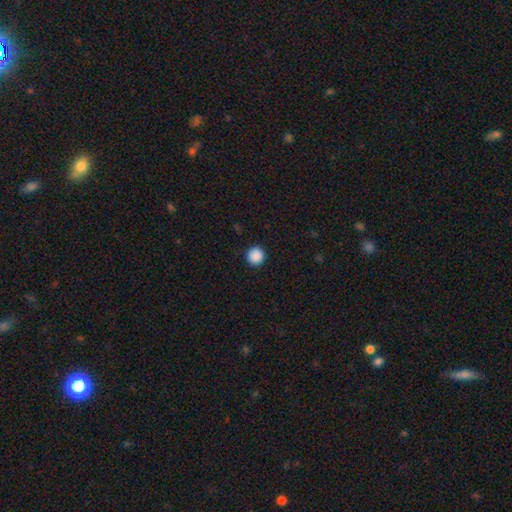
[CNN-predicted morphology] This appears to be a smooth galaxy with no disk features (89%) that is round (95%). Merging: none (93%).